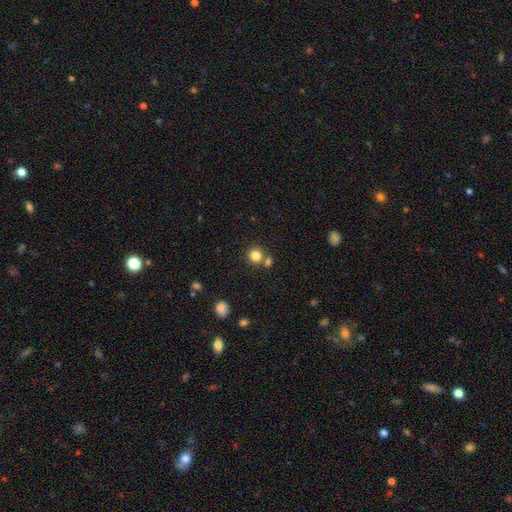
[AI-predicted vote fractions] Smooth or featured? Predicted: smooth (p=0.82). How rounded? Predicted: round (p=0.88). Merging? Predicted: none (p=0.67).